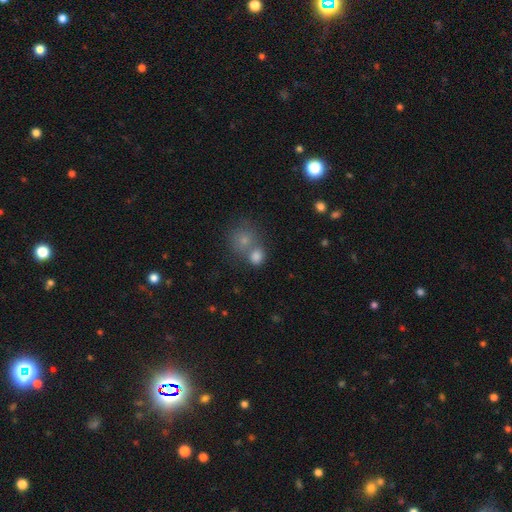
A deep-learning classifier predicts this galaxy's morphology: This is likely a smooth galaxy (76%). How rounded: likely round (72%). Merging: marginally none (45%).